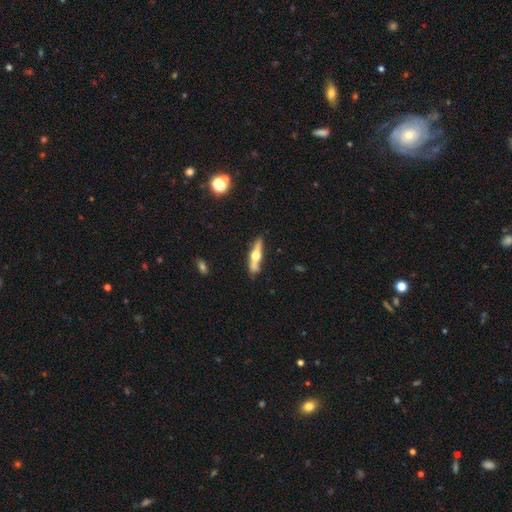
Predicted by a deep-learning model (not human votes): A featured or disk galaxy (62%) viewed edge-on (92%) with a rounded central bulge (95%).

Vote fractions:
- Smooth or featured? featured or disk: 62% / smooth: 32% / star or artifact: 6%
- Edge-on disk? yes: 92% / no: 8%
- Edge-on bulge? rounded: 95% / boxy: 3% / none: 2%
- Merging? none: 74% / minor disturbance: 16% / merger: 6% / major disturbance: 4%